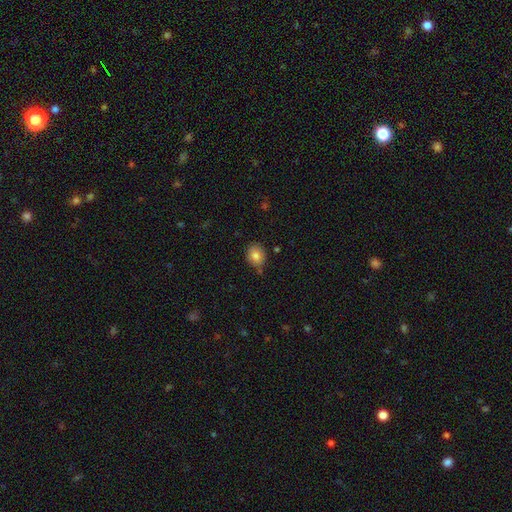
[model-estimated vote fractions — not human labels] Smooth or featured? smooth (83%)
How rounded? round (53%)
Merging? none (78%)